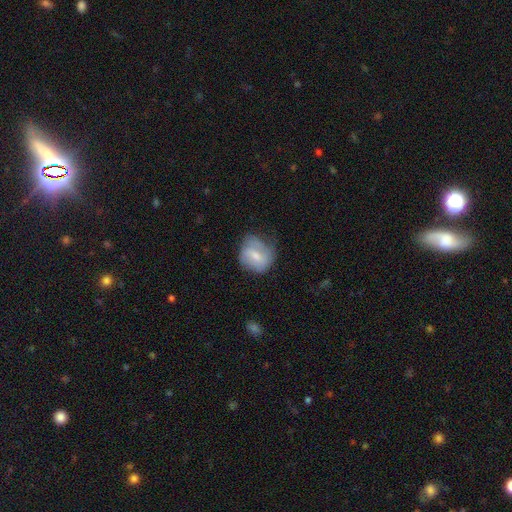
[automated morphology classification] Overall: smooth (54%; featured or disk 39%). How rounded: round (65%; in between 34%). Merging: none (48%; minor disturbance 35%).